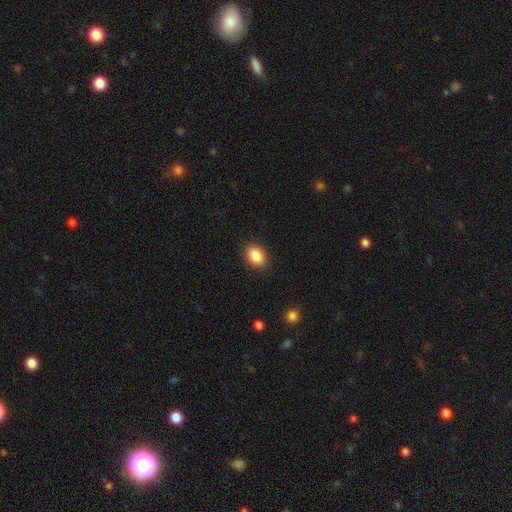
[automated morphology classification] The model was most divided on "how rounded": in between: 71%, round: 28%, cigar-shaped: 1%. More confident: merging — none (89%); smooth or featured — smooth (87%).